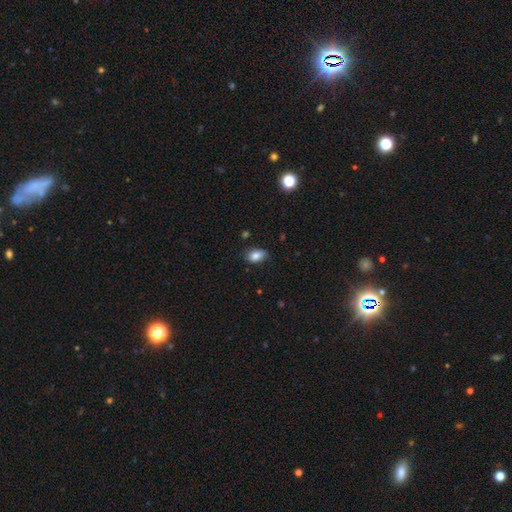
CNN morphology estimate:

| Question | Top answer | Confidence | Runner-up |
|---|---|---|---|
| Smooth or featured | smooth | 84% | star or artifact (9%) |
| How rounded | in between | 87% | round (11%) |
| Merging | none | 75% | minor disturbance (21%) |